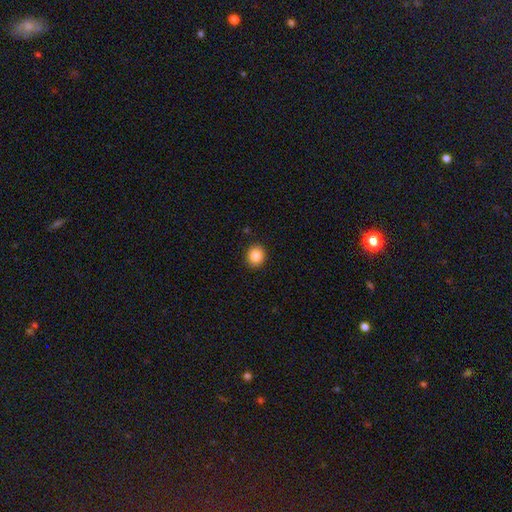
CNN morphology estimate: smooth 86%, star or artifact 9%, featured or disk 5%. Down the decision tree: how rounded — round (77%); merging — none (91%).